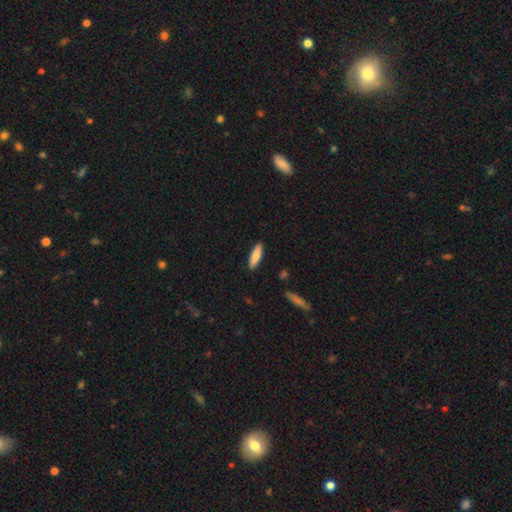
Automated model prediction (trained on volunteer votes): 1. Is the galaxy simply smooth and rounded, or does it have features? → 81% smooth, 14% featured or disk, 6% star or artifact.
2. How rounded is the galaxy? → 58% cigar-shaped, 40% in between, 2% round.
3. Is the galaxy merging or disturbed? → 89% none, 8% minor disturbance, 2% major disturbance, 1% merger.